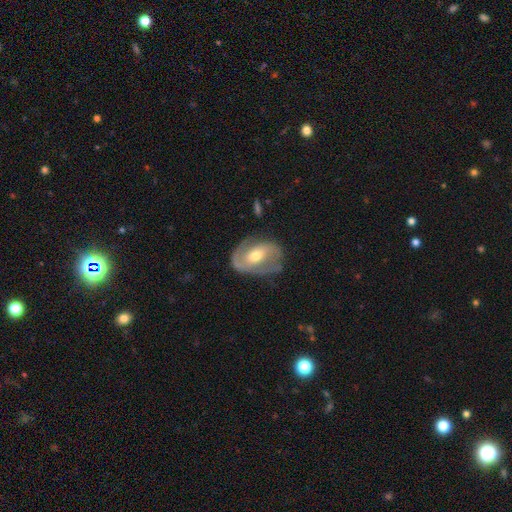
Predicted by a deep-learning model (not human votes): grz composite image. It shows a featured or disk galaxy (78%) with a weak bar (40%), 2 (79%) medium (47%) spiral arms (87%) and a moderate central bulge (67%). Merging: none (65%).